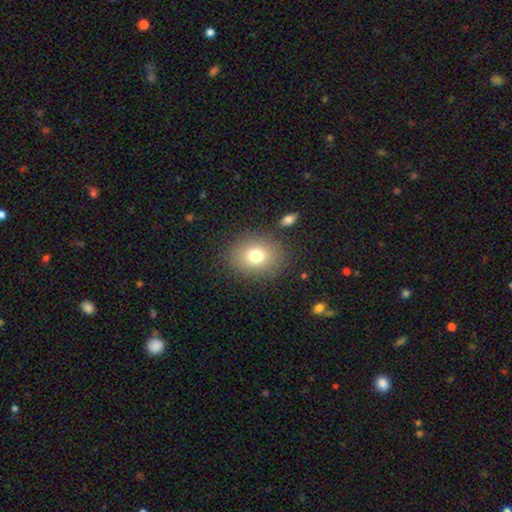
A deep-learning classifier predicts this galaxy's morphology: This is likely a smooth galaxy (76%). How rounded: possibly round (55%). Merging: clearly none (83%).